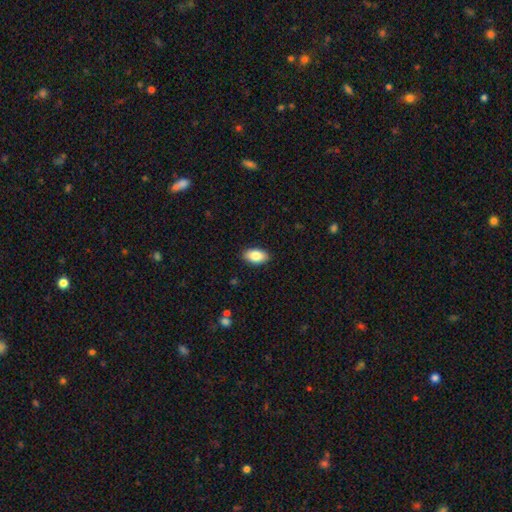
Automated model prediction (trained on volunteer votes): Overall: smooth (85%). How rounded: in between (93%). Merging: none (89%).